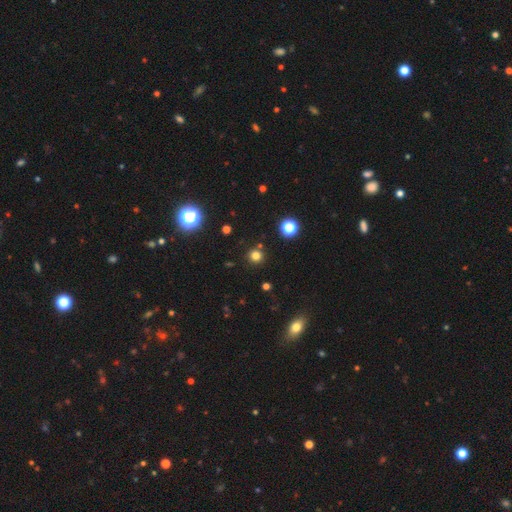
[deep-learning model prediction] Smooth or featured?
  - smooth: 76% *
  - star or artifact: 19%
  - featured or disk: 5%
How rounded?
  - round: 94% *
  - in between: 5%
  - cigar-shaped: 1%
Merging?
  - none: 87% *
  - minor disturbance: 6%
  - merger: 5%
  - major disturbance: 2%